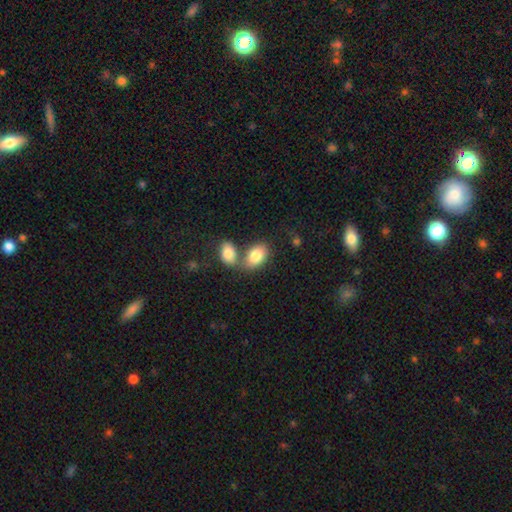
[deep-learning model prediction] A smooth galaxy with no disk features (83%) that is in between round and cigar-shaped (90%). Merging: merger (53%).